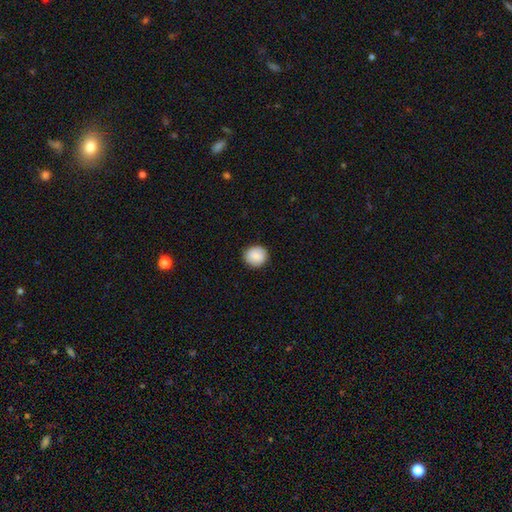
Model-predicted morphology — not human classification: A smooth galaxy with no disk features (88%) that is round (86%).

Vote fractions:
- Smooth or featured? smooth: 88% / star or artifact: 7% / featured or disk: 4%
- How rounded? round: 86% / in between: 14% / cigar-shaped: 1%
- Merging? none: 89% / minor disturbance: 8% / major disturbance: 2% / merger: 1%